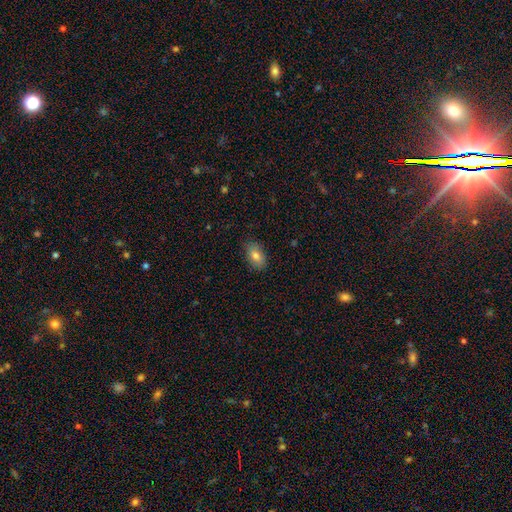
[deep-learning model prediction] Overall: smooth (81%). How rounded: in between (90%). Merging: none (86%).